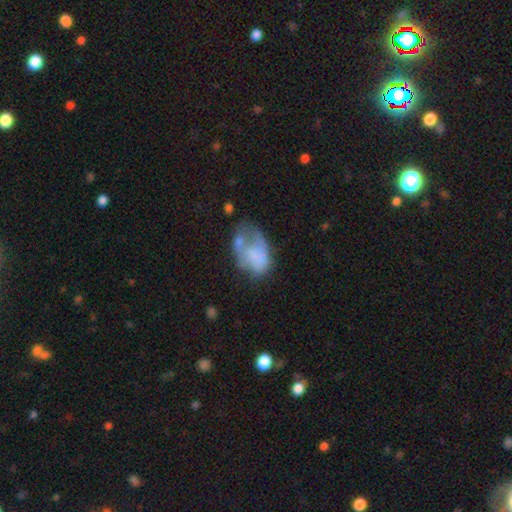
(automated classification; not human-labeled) Morphology: type=smooth (54%); roundness=in between (86%); merging=major disturbance (35%).